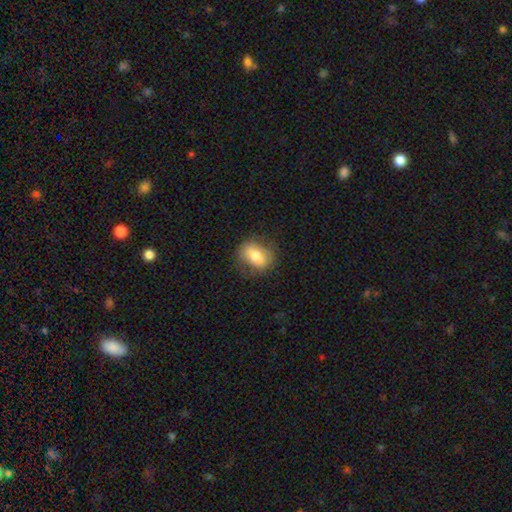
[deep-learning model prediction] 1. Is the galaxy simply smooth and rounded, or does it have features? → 70% smooth, 22% featured or disk, 8% star or artifact.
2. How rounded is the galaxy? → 73% in between, 25% round, 2% cigar-shaped.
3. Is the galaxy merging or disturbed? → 75% none, 18% minor disturbance, 6% major disturbance, 1% merger.